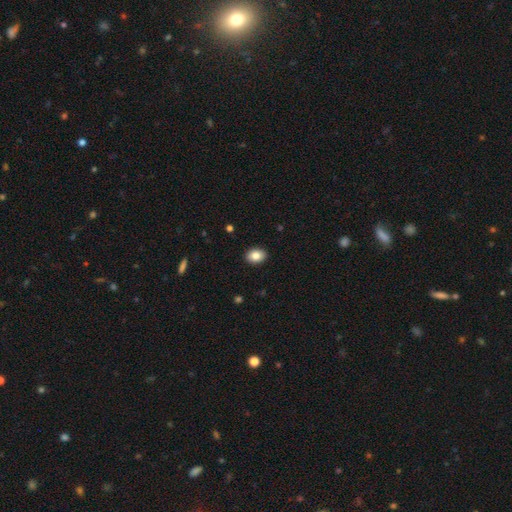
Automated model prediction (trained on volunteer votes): Smooth or featured? smooth (84%)
How rounded? in between (72%)
Merging? none (90%)